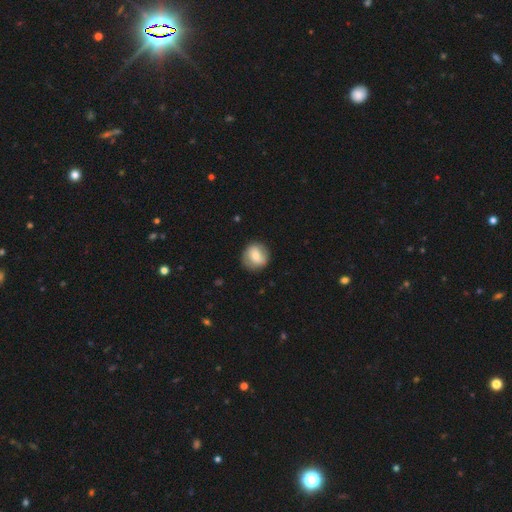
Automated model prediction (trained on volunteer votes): smooth_or_featured: smooth (p=0.67) [alt: featured or disk p=0.26]
how_rounded: round (p=0.87) [alt: in between p=0.12]
merging: none (p=0.84) [alt: minor disturbance p=0.11]